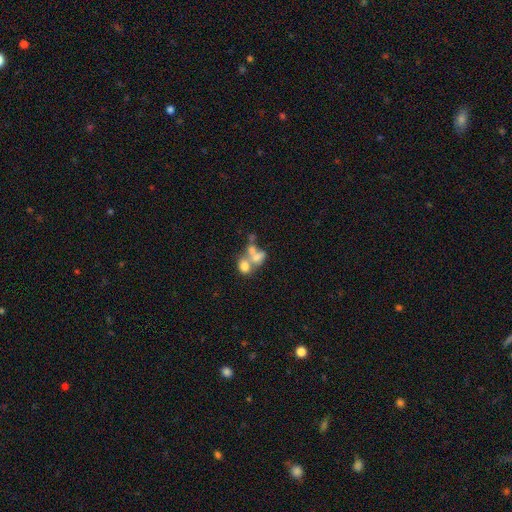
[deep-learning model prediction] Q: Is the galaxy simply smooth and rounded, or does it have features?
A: smooth — 59%.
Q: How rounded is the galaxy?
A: in between — 56%.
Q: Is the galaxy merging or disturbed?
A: merger — 63%.